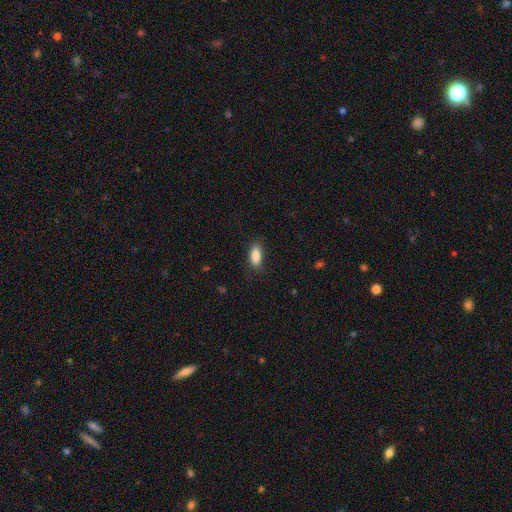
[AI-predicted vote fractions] Smooth or featured? smooth (87%)
How rounded? in between (82%)
Merging? none (82%)